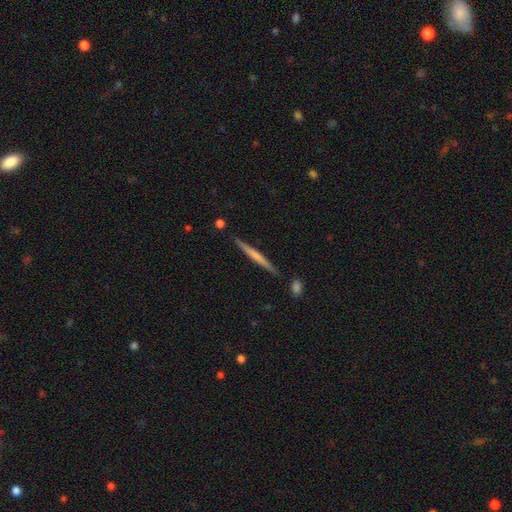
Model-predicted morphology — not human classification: Smooth or featured? smooth (48%)
Merging? none (87%)